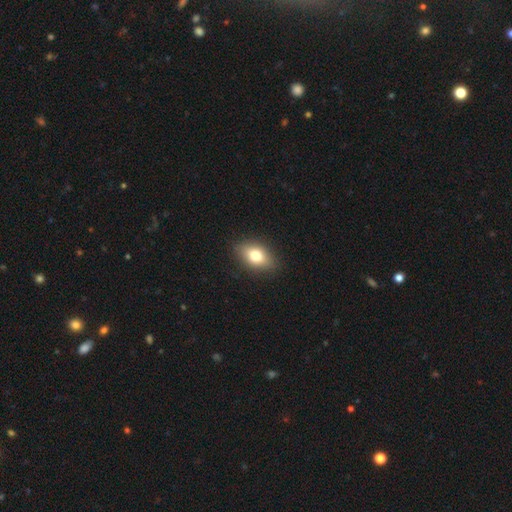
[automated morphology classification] smooth_or_featured: smooth (p=0.76) [alt: featured or disk p=0.15]
how_rounded: in between (p=0.83) [alt: round p=0.14]
merging: none (p=0.86) [alt: minor disturbance p=0.11]